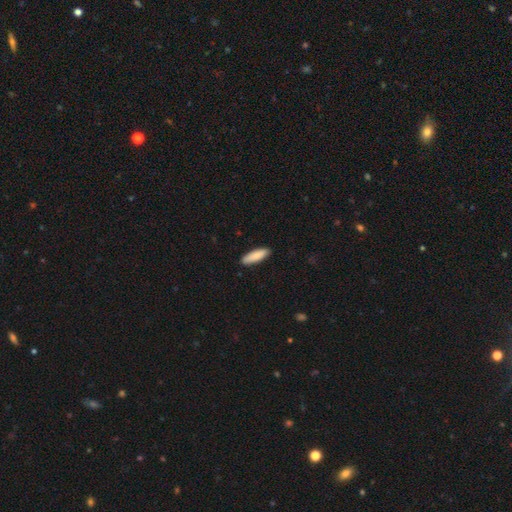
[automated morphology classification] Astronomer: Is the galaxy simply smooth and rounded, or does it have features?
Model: smooth — 87%.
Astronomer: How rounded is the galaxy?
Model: cigar-shaped — 56% (runner-up: in between, 43%).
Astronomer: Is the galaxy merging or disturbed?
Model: none — 90%.